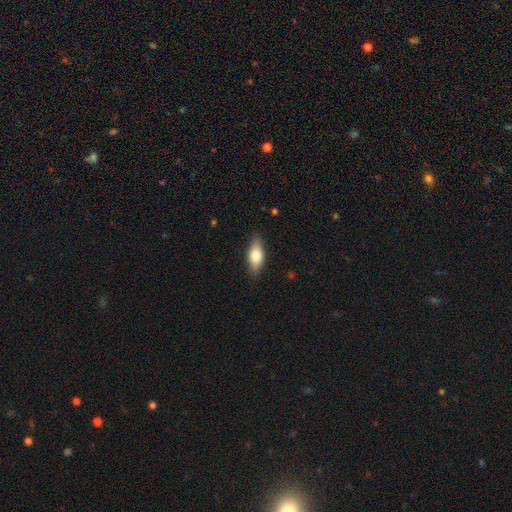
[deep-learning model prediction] smooth_or_featured: smooth (p=0.71) [alt: featured or disk p=0.23]
how_rounded: in between (p=0.79) [alt: cigar-shaped p=0.18]
merging: none (p=0.86) [alt: minor disturbance p=0.11]